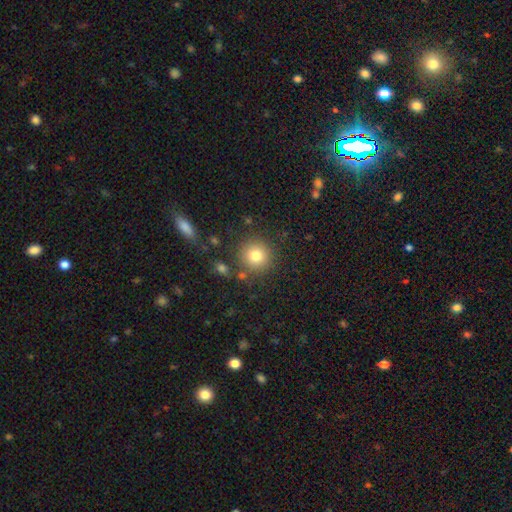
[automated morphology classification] This is likely a smooth galaxy (80%). How rounded: clearly round (92%). Merging: clearly none (84%).